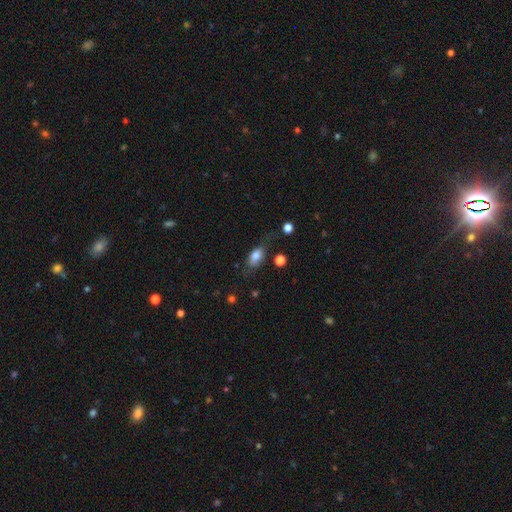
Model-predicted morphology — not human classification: Smooth or featured?
  - smooth: 80% *
  - featured or disk: 12%
  - star or artifact: 8%
How rounded?
  - in between: 85% *
  - cigar-shaped: 8%
  - round: 7%
Merging?
  - none: 62% *
  - minor disturbance: 24%
  - major disturbance: 11%
  - merger: 3%